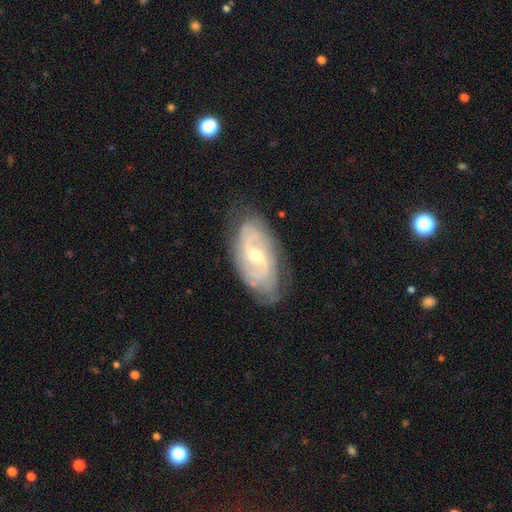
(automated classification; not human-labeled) Q: Smooth or featured?
A: featured or disk (86%); runner-up: smooth (9%)
Q: Edge-on disk?
A: no (95%); runner-up: yes (5%)
Q: Bar?
A: weak (53%); runner-up: no (26%)
Q: Spiral arms?
A: yes (95%); runner-up: no (5%)
Q: Spiral winding?
A: tight (46%); runner-up: medium (39%)
Q: Spiral arm count?
A: 2 (59%); runner-up: can't tell (20%)
Q: Bulge size?
A: small (49%); runner-up: moderate (48%)
Q: Merging?
A: none (76%); runner-up: minor disturbance (18%)